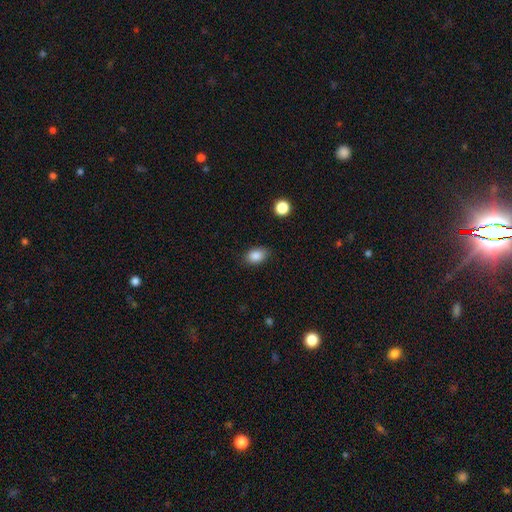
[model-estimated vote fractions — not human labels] Smooth or featured: smooth — 87% (star or artifact — 9%)
How rounded: in between — 85% (round — 14%)
Merging: none — 85% (minor disturbance — 11%)